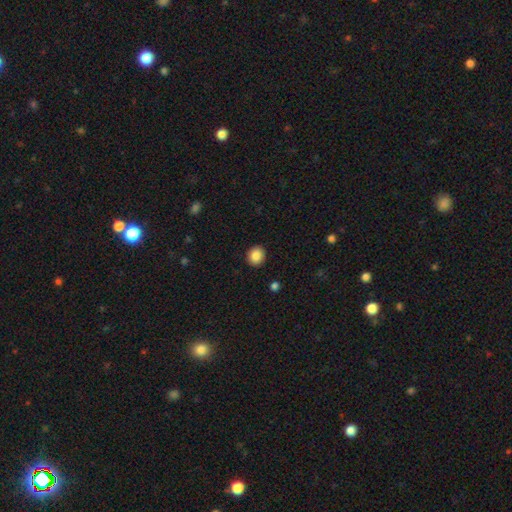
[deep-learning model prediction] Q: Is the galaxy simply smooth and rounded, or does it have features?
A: smooth — 87%.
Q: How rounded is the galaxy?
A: round — 76%.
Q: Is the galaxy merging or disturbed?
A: none — 92%.